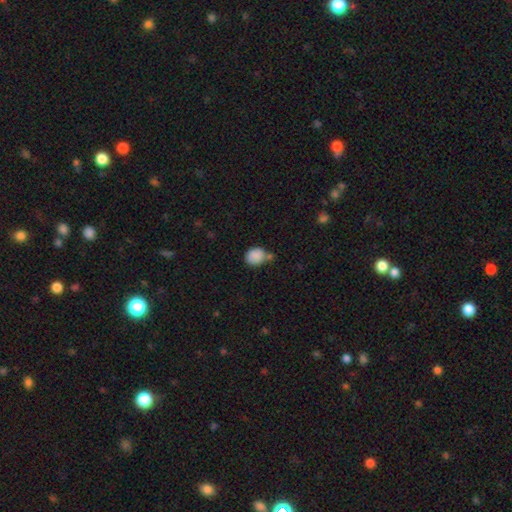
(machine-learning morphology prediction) smooth_or_featured: smooth (p=0.87) [alt: star or artifact p=0.08]
how_rounded: round (p=0.66) [alt: in between p=0.33]
merging: none (p=0.56) [alt: merger p=0.19]